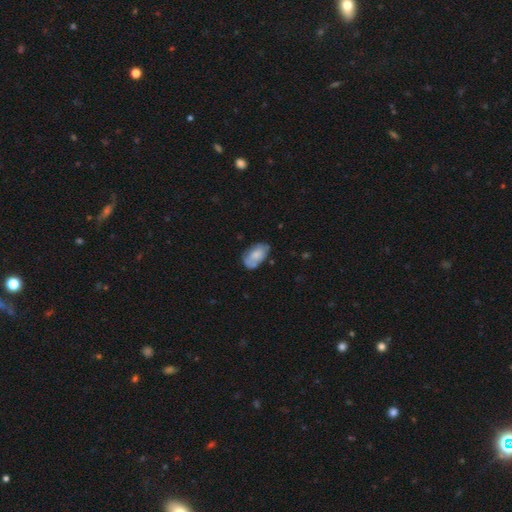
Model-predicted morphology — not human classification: This is likely a smooth galaxy (66%). How rounded: clearly in between (92%). Merging: possibly none (59%).